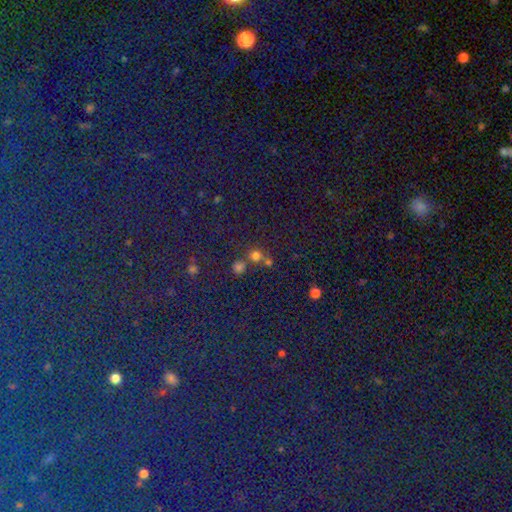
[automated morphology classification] smooth 67%, star or artifact 25%, featured or disk 8%. Down the decision tree: how rounded — round (89%); merging — none (56%).